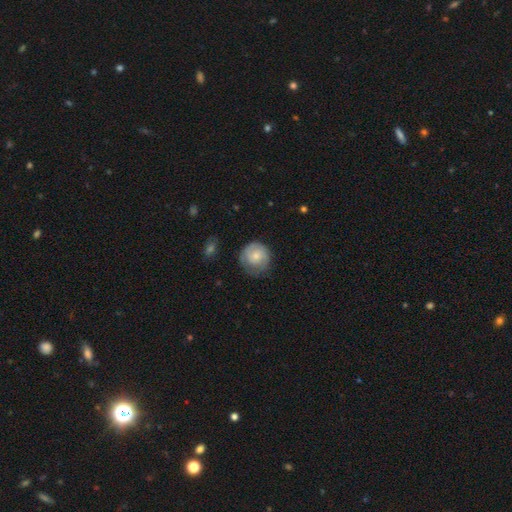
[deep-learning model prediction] This is likely a smooth galaxy (65%). How rounded: clearly round (89%). Merging: likely none (65%).